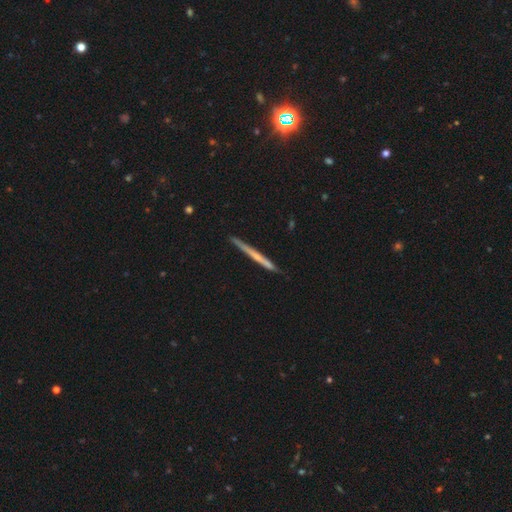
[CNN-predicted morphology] A featured or disk galaxy (54%) viewed edge-on (95%) with no central bulge (63%).

Vote fractions:
- Smooth or featured? featured or disk: 54% / smooth: 34% / star or artifact: 12%
- Edge-on disk? yes: 95% / no: 5%
- Edge-on bulge? none: 63% / rounded: 29% / boxy: 8%
- Merging? none: 86% / minor disturbance: 9% / merger: 3% / major disturbance: 2%